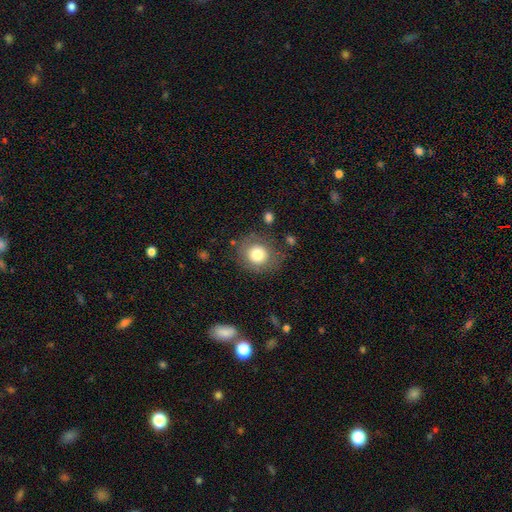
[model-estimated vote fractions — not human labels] The model was most divided on "how rounded": round: 80%, in between: 19%, cigar-shaped: 1%. More confident: smooth or featured — smooth (76%); merging — none (75%).